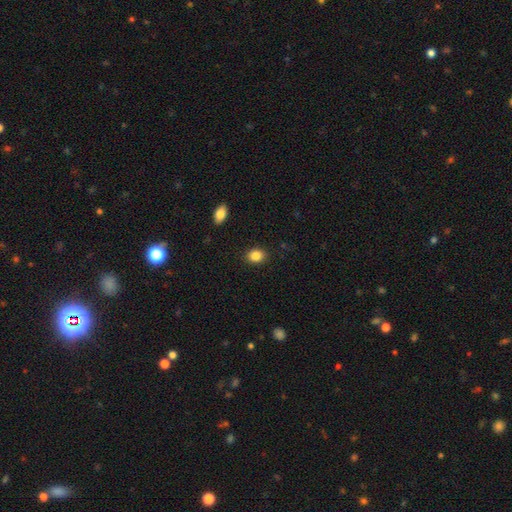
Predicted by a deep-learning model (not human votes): A smooth galaxy with no disk features (86%) that is in between round and cigar-shaped (52%). Merging: none (89%).